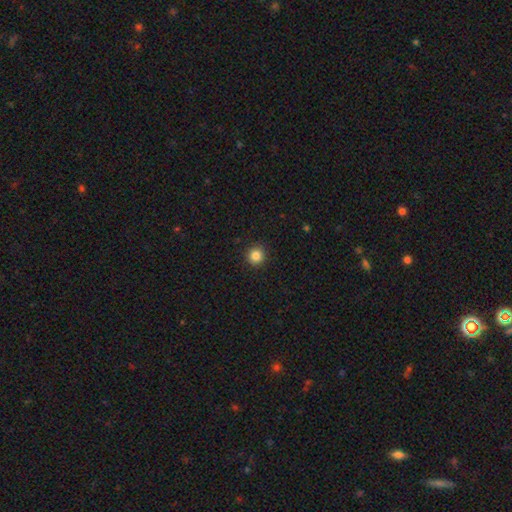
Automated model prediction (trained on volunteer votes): Smooth or featured: smooth — 86% (star or artifact — 11%)
How rounded: round — 95% (in between — 4%)
Merging: none — 92% (minor disturbance — 5%)